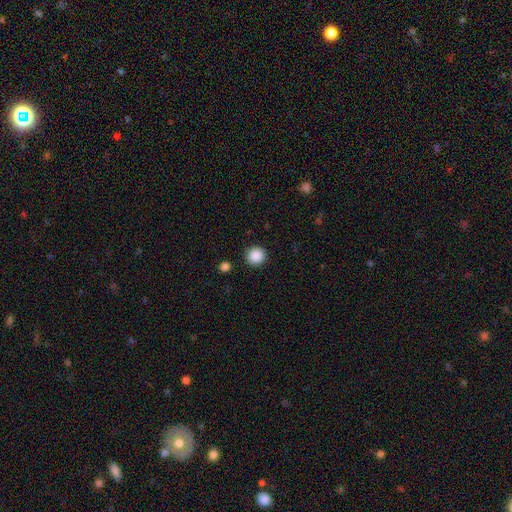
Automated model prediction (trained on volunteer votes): Smooth or featured?
  - smooth: 88% *
  - star or artifact: 9%
  - featured or disk: 3%
How rounded?
  - round: 94% *
  - in between: 5%
  - cigar-shaped: 1%
Merging?
  - none: 90% *
  - minor disturbance: 6%
  - major disturbance: 2%
  - merger: 2%